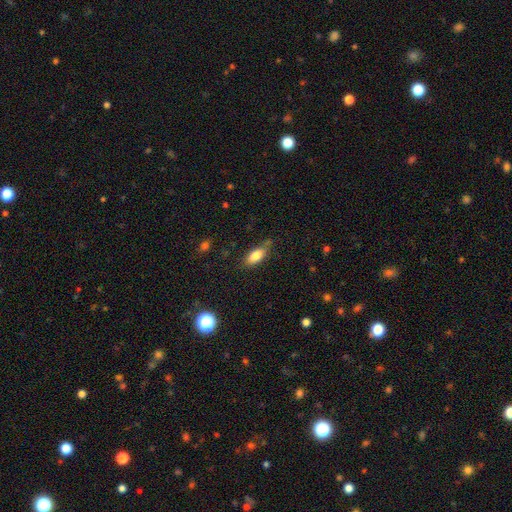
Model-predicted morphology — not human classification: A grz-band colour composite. It shows a smooth galaxy with no disk features (81%) that is in between round and cigar-shaped (83%). Merging: none (71%).